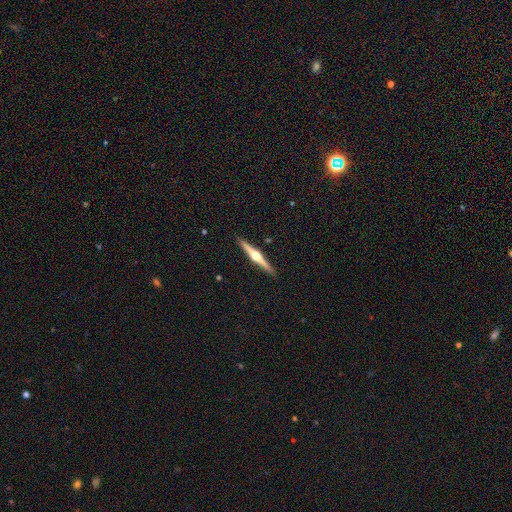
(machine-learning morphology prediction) A featured or disk galaxy (80%) viewed edge-on (99%) with a rounded central bulge (95%). Merging: none (92%).